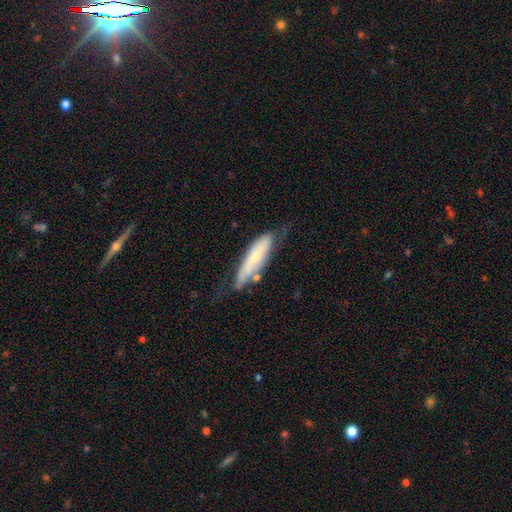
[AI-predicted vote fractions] Smooth or featured? smooth (49%)
Merging? none (51%)